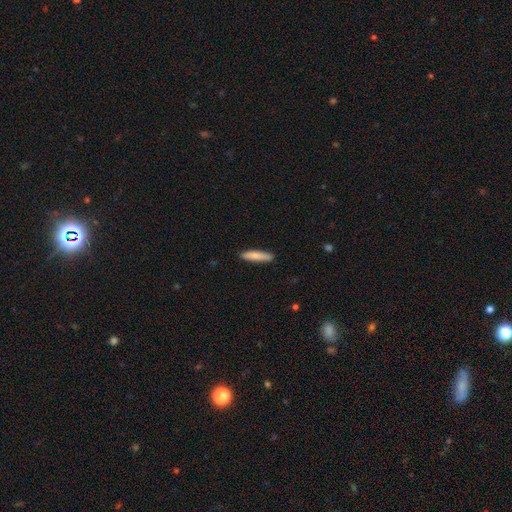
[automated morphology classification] Smooth or featured? smooth (81%)
How rounded? cigar-shaped (85%)
Merging? none (89%)